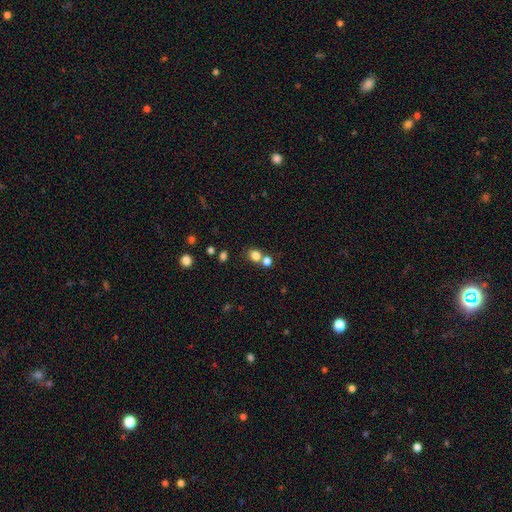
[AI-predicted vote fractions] A smooth galaxy with no disk features (78%) that is round (62%). Merging: none (52%).